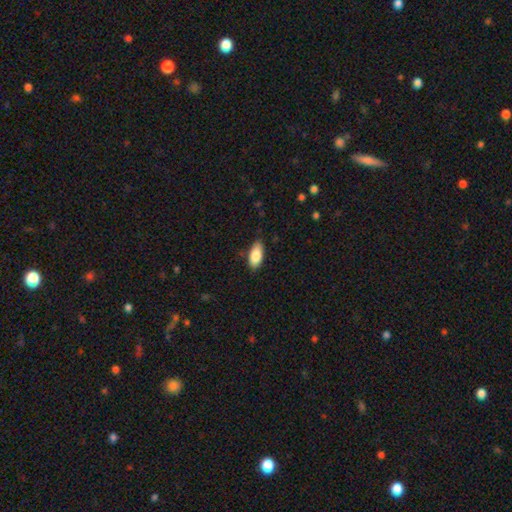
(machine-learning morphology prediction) A smooth galaxy with no disk features (85%) that is in between round and cigar-shaped (89%). Merging: none (81%).